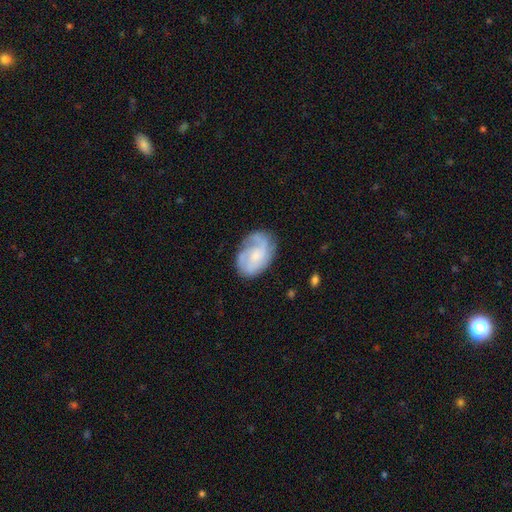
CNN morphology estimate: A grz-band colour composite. It shows a featured or disk galaxy (64%) with no bar (68%), can't tell (29%, tied with 2) medium (41%) spiral arms (86%) and a small central bulge (51%). Merging: none (62%).